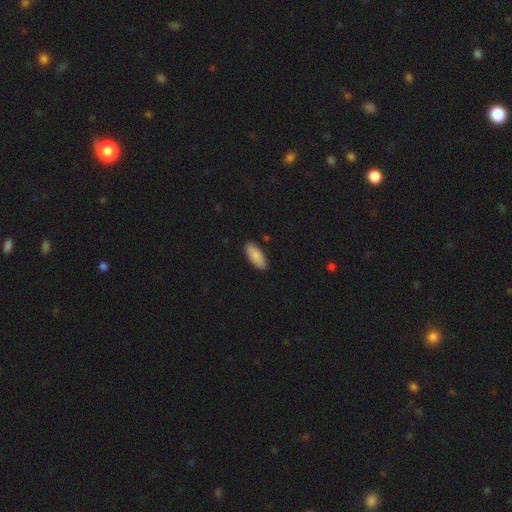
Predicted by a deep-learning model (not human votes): This is clearly a smooth galaxy (86%). How rounded: likely in between (80%). Merging: clearly none (88%).